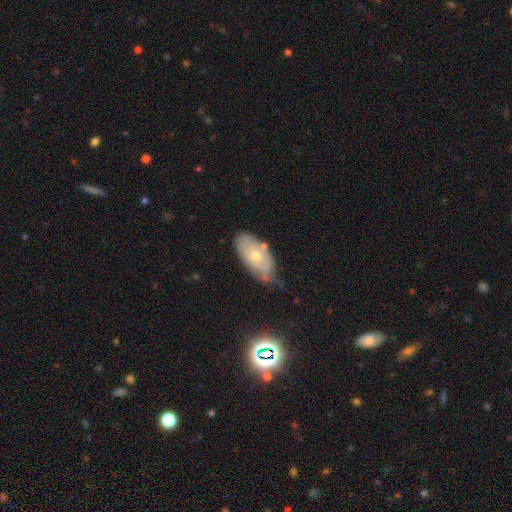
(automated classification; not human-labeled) This is possibly a smooth galaxy (54%). How rounded: clearly in between (91%). Merging: possibly none (48%).